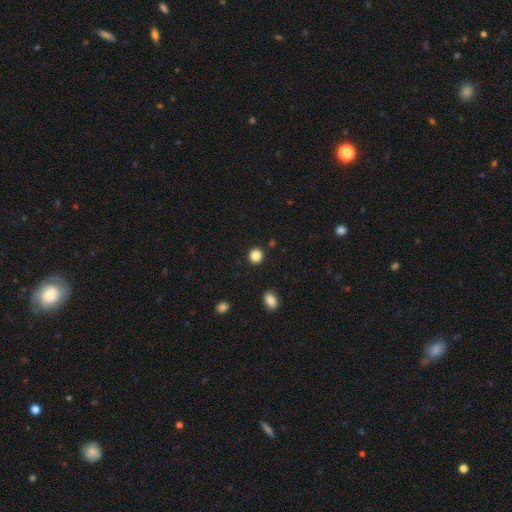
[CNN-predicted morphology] Overall: smooth (86%). How rounded: round (90%). Merging: none (91%).